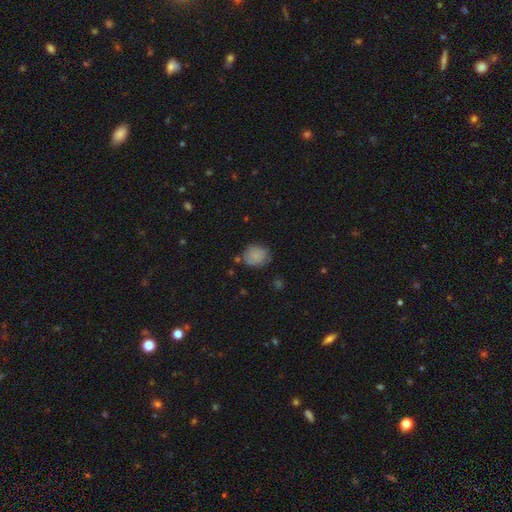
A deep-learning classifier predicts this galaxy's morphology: The model was most divided on "how rounded": round: 68%, in between: 31%, cigar-shaped: 1%. More confident: smooth or featured — smooth (81%); merging — none (67%).